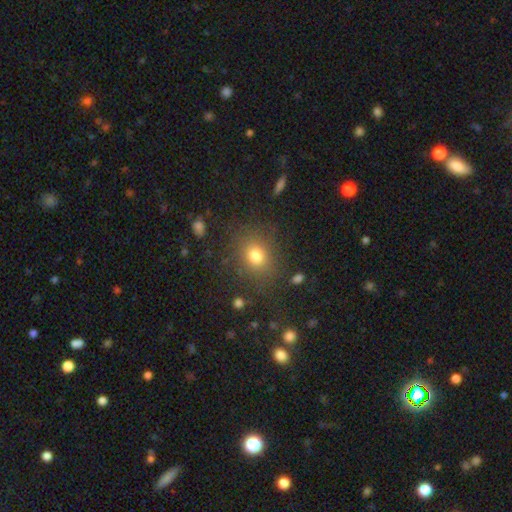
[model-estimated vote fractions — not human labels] A smooth galaxy with no disk features (75%) that is round (67%). Merging: none (82%).